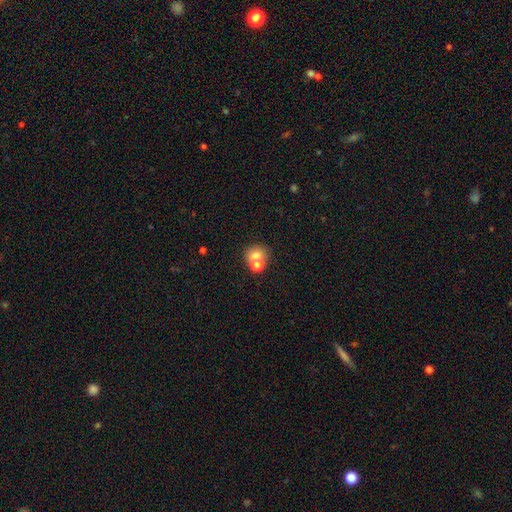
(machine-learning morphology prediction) smooth-or-featured: smooth: 71% | featured or disk: 15% | star or artifact: 13%
  how-rounded: round: 71% | in between: 28% | cigar-shaped: 1%
  merging: none: 49% | merger: 38% | minor disturbance: 9% | major disturbance: 4%